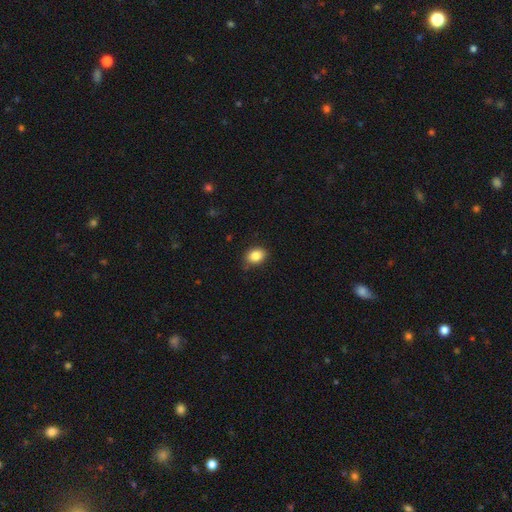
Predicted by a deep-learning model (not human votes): A smooth galaxy with no disk features (86%) that is in between round and cigar-shaped (66%).

Vote fractions:
- Smooth or featured? smooth: 86% / star or artifact: 9% / featured or disk: 5%
- How rounded? in between: 66% / round: 33% / cigar-shaped: 1%
- Merging? none: 79% / minor disturbance: 17% / major disturbance: 3% / merger: 1%